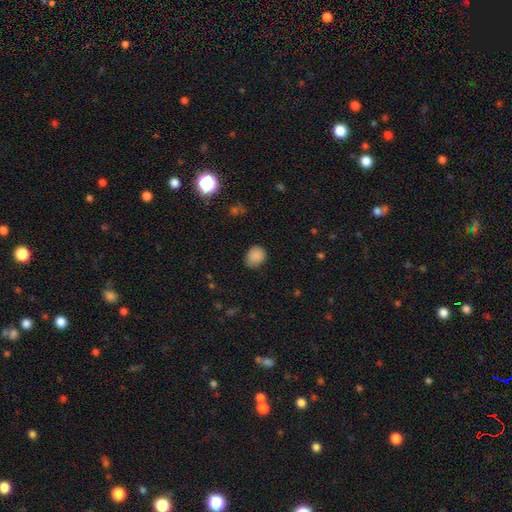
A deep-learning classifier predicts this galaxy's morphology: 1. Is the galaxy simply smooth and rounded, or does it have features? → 86% smooth, 10% star or artifact, 4% featured or disk.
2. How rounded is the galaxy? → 60% round, 39% in between, 1% cigar-shaped.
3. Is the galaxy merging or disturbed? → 73% none, 22% minor disturbance, 4% major disturbance, 1% merger.